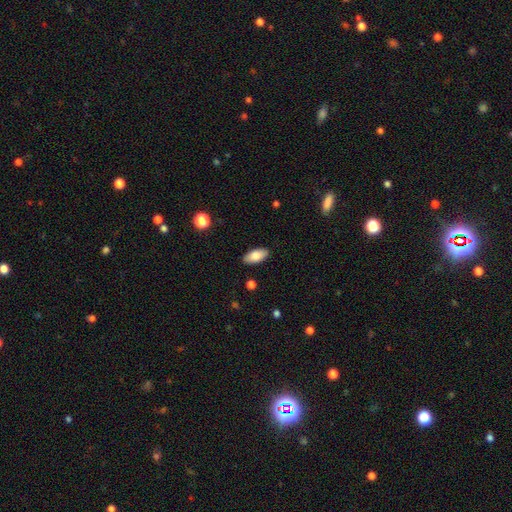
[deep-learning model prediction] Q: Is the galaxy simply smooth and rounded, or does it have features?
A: smooth — 81%.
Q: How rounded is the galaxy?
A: in between — 90%.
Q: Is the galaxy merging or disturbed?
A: none — 88%.